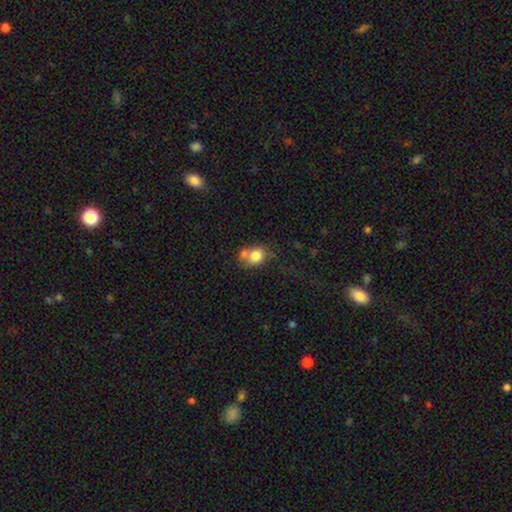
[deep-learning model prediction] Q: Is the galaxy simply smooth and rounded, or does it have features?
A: smooth — 78%.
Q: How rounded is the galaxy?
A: round — 58%.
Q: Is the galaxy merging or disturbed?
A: merger — 40%.